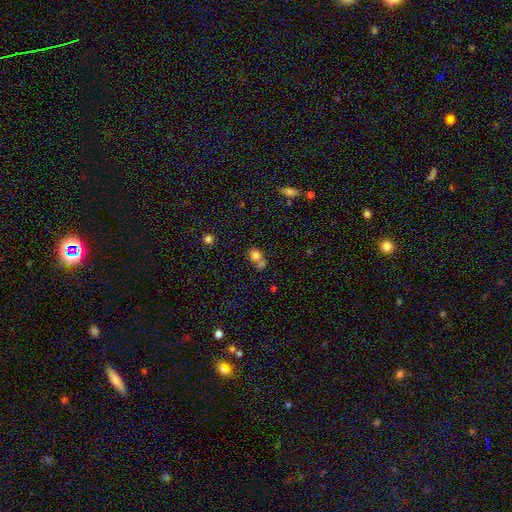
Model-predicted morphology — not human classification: smooth-or-featured: smooth: 75% | featured or disk: 13% | star or artifact: 12%
  how-rounded: round: 66% | in between: 33% | cigar-shaped: 1%
  merging: merger: 45% | none: 38% | minor disturbance: 11% | major disturbance: 5%